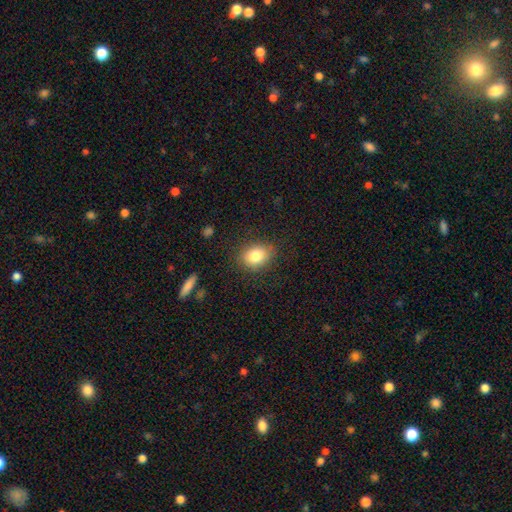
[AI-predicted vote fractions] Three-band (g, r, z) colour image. It shows a smooth galaxy with no disk features (82%) that is in between round and cigar-shaped (66%). Merging: none (83%).